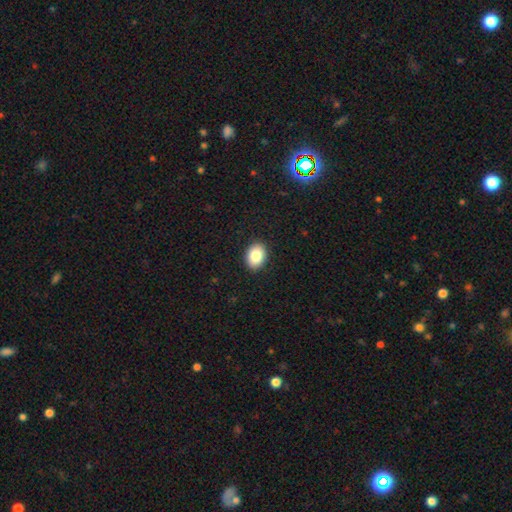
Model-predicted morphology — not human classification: This appears to be a smooth galaxy with no disk features (86%) that is in between round and cigar-shaped (76%). Merging: none (91%).